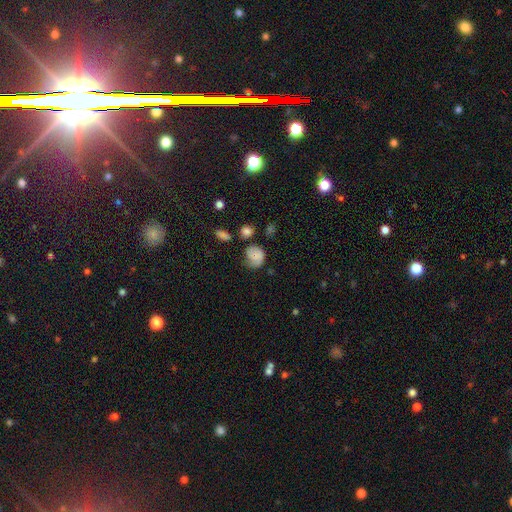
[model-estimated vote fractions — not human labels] A smooth galaxy with no disk features (66%) that is round (59%). Merging: none (44%).